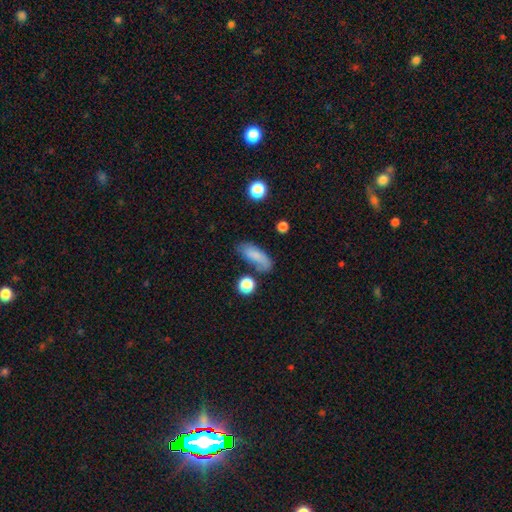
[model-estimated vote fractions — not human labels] This appears to be a smooth galaxy with no disk features (78%) that is in between round and cigar-shaped (72%). Merging: none (58%).